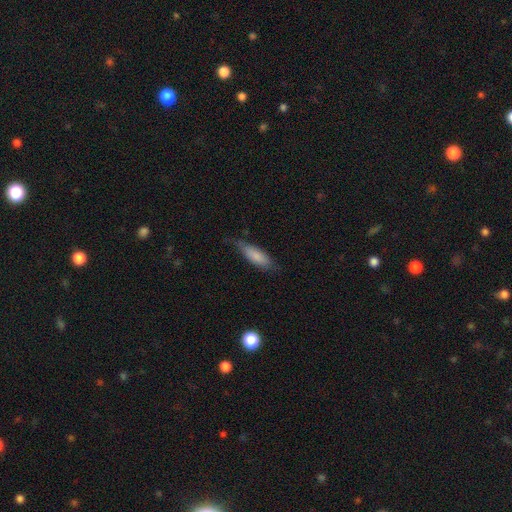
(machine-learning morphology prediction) smooth_or_featured: smooth (p=0.79) [alt: featured or disk p=0.15]
how_rounded: in between (p=0.58) [alt: cigar-shaped p=0.40]
merging: none (p=0.59) [alt: minor disturbance p=0.31]